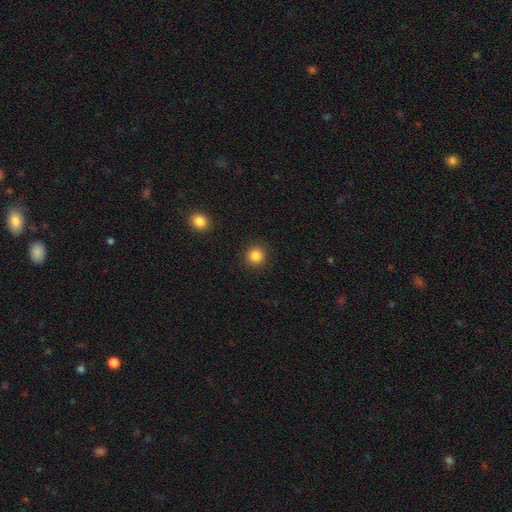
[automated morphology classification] The model was most divided on "smooth or featured": smooth: 86%, star or artifact: 11%, featured or disk: 4%. More confident: how rounded — round (93%); merging — none (91%).